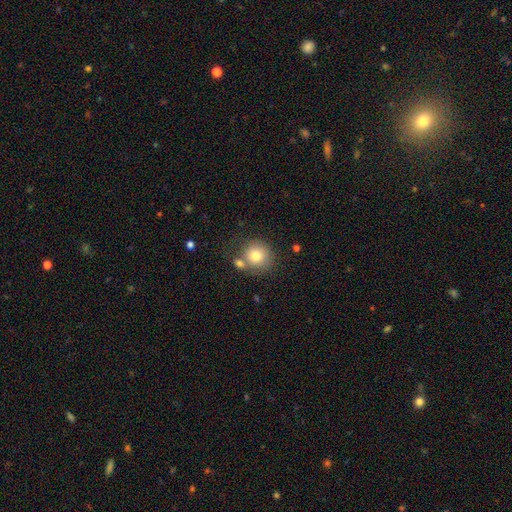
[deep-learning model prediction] smooth_or_featured: smooth (p=0.77) [alt: featured or disk p=0.13]
how_rounded: round (p=0.90) [alt: in between p=0.09]
merging: none (p=0.58) [alt: merger p=0.23]